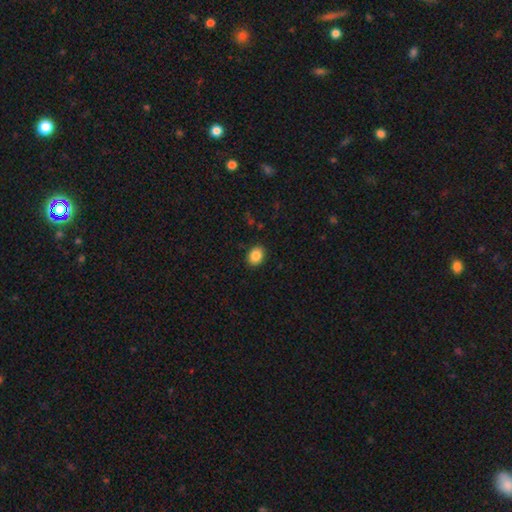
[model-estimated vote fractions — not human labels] Smooth or featured? Predicted: smooth (p=0.86). How rounded? Predicted: in between (p=0.58). Merging? Predicted: none (p=0.90).